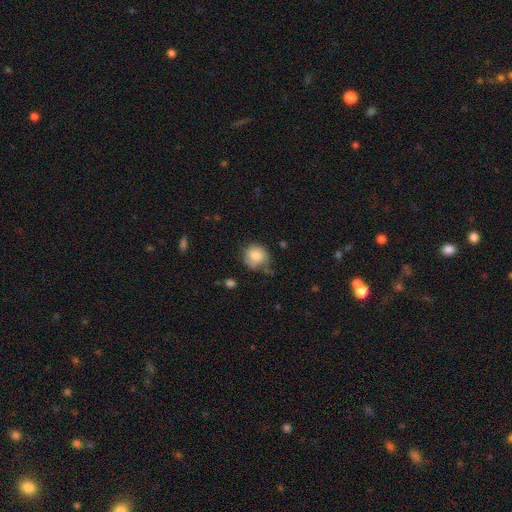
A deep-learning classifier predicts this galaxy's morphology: Smooth or featured?
  - smooth: 81% *
  - featured or disk: 11%
  - star or artifact: 8%
How rounded?
  - round: 82% *
  - in between: 17%
  - cigar-shaped: 1%
Merging?
  - none: 51% *
  - minor disturbance: 34%
  - major disturbance: 12%
  - merger: 4%